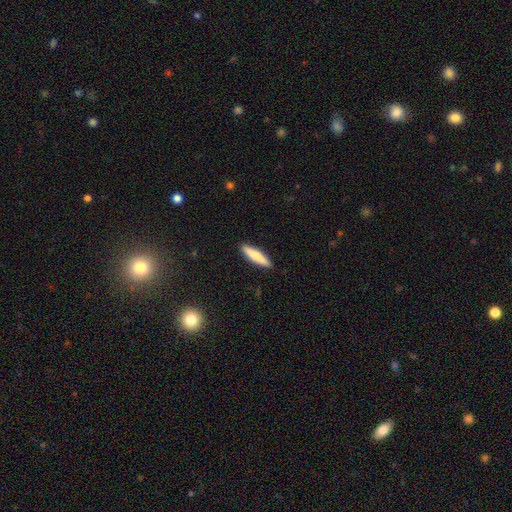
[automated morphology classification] The model was most divided on "smooth or featured": smooth: 79%, featured or disk: 16%, star or artifact: 5%. More confident: merging — none (91%); how rounded — cigar-shaped (82%).